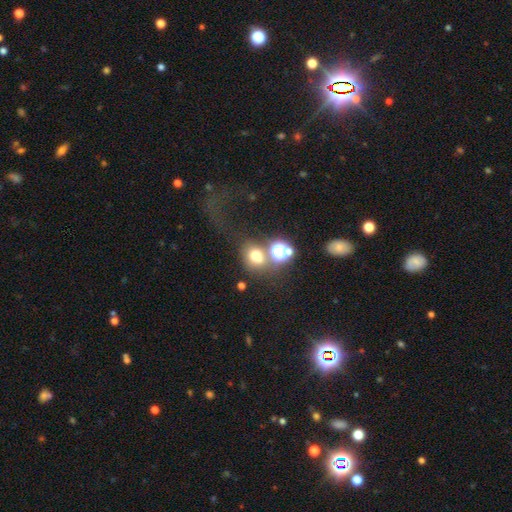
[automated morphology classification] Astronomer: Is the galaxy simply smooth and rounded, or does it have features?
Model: smooth — 65%.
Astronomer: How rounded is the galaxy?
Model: round — 54% (runner-up: in between, 44%).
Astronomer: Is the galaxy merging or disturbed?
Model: none — 47% (runner-up: merger, 27%).